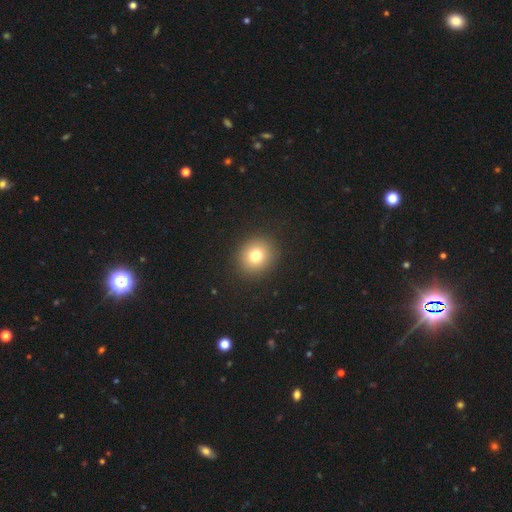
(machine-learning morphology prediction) A smooth galaxy with no disk features (77%) that is round (82%).

Vote fractions:
- Smooth or featured? smooth: 77% / star or artifact: 12% / featured or disk: 10%
- How rounded? round: 82% / in between: 17% / cigar-shaped: 1%
- Merging? none: 91% / minor disturbance: 6% / major disturbance: 2% / merger: 1%